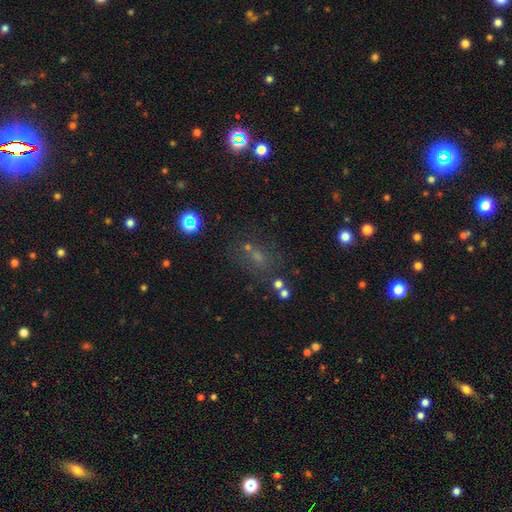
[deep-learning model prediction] This is possibly a star or artifact rather than a galaxy (46%).